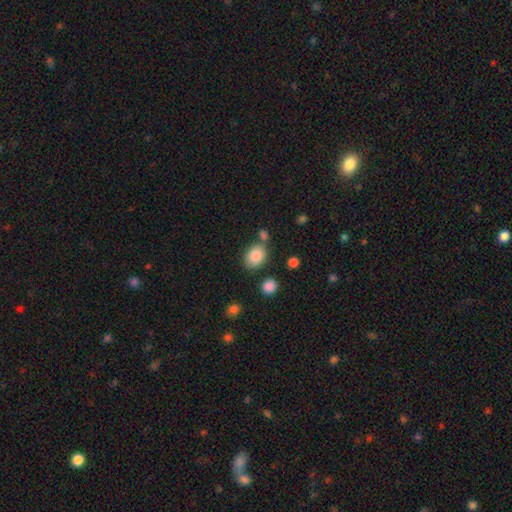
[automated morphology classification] Smooth or featured? smooth (85%)
How rounded? in between (62%)
Merging? none (71%)